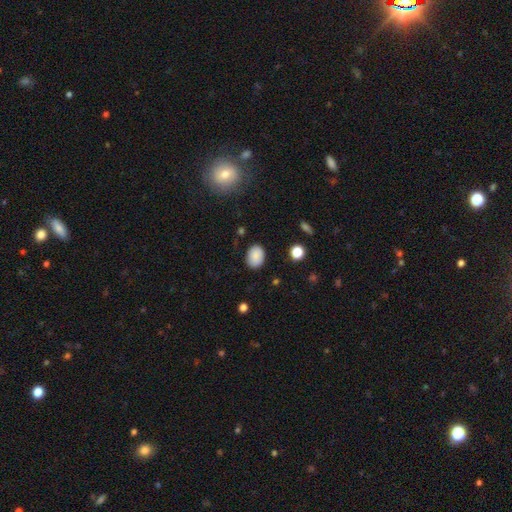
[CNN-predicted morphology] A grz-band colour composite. It shows a smooth galaxy with no disk features (86%) that is in between round and cigar-shaped (74%). Merging: none (84%).